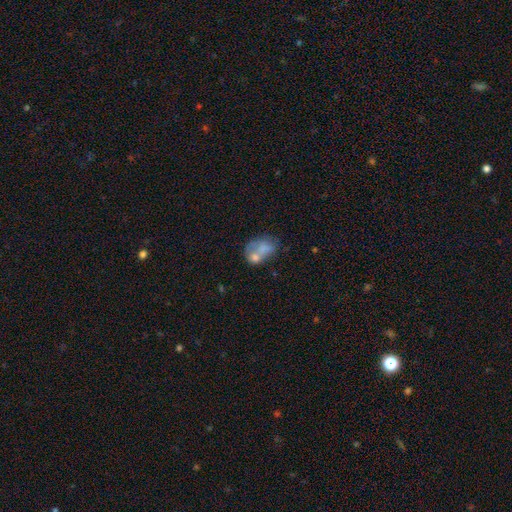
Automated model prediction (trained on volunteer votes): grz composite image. It shows a smooth galaxy with no disk features (56%) that is in between round and cigar-shaped (70%). Merging: merger (48%).